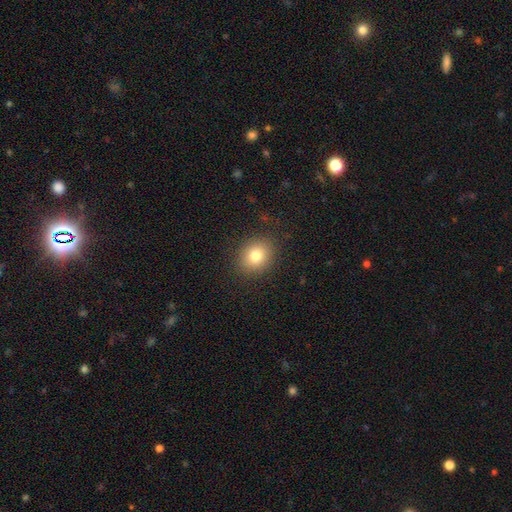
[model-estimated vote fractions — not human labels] Q: Smooth or featured?
A: smooth (79%); runner-up: star or artifact (11%)
Q: How rounded?
A: round (62%); runner-up: in between (37%)
Q: Merging?
A: none (87%); runner-up: minor disturbance (9%)